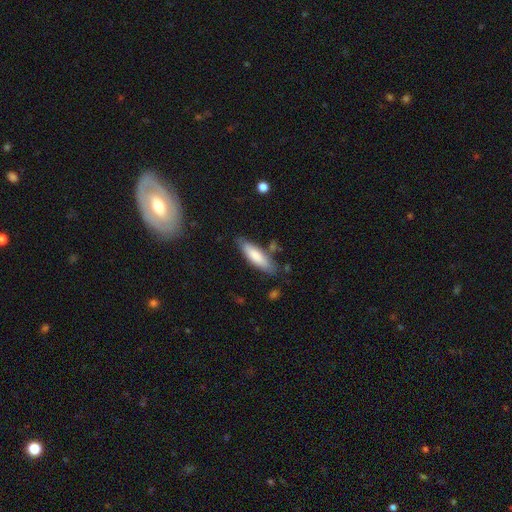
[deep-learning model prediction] smooth_or_featured: smooth (p=0.78) [alt: featured or disk p=0.17]
how_rounded: cigar-shaped (p=0.56) [alt: in between p=0.42]
merging: none (p=0.78) [alt: minor disturbance p=0.16]